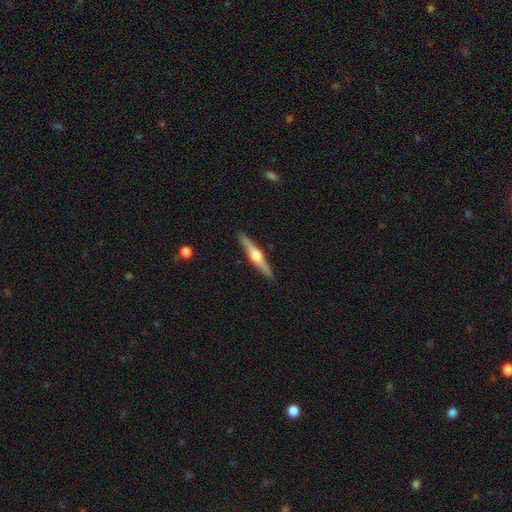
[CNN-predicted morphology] featured or disk 72%, smooth 23%, star or artifact 5%. Down the decision tree: edge-on disk — yes (98%); edge-on bulge — rounded (94%); merging — none (91%).